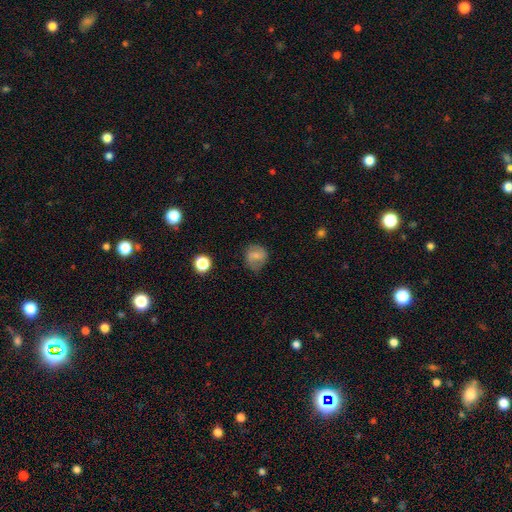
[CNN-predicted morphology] The model was most divided on "smooth or featured": smooth: 62%, featured or disk: 28%, star or artifact: 11%. More confident: how rounded — round (75%); merging — none (69%).